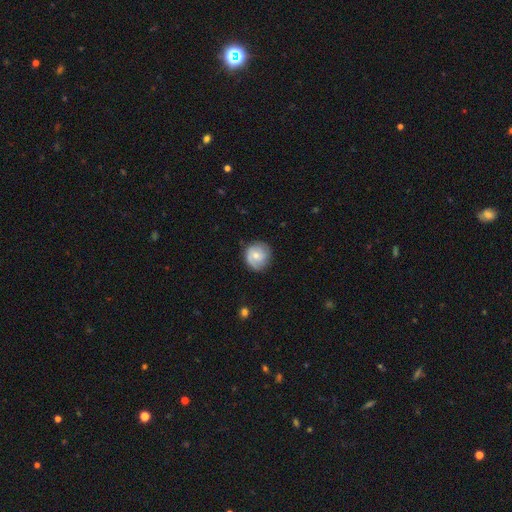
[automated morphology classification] A smooth galaxy with no disk features (49%). Merging: none (76%).